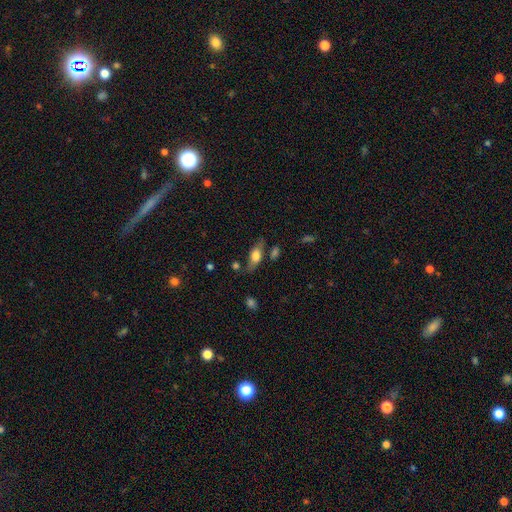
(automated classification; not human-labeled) This is possibly a smooth galaxy (56%). How rounded: likely in between (72%). Merging: likely none (66%).